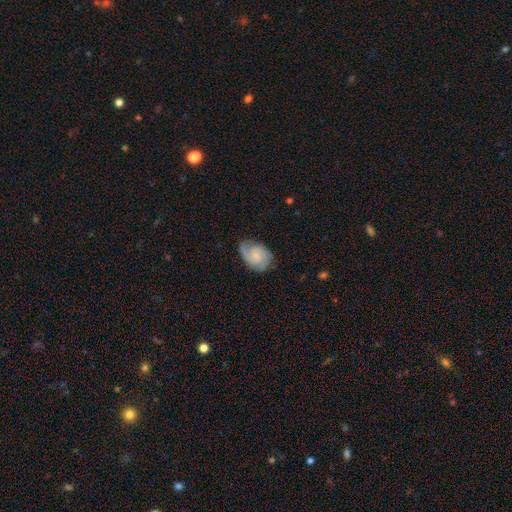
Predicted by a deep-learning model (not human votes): featured or disk 65%, smooth 28%, star or artifact 7%. Down the decision tree: edge-on disk — no (97%); bar — no (62%); spiral arms — yes (94%); spiral arm count — 2 (61%); spiral winding — medium (44%); bulge size — small (54%); merging — none (70%).